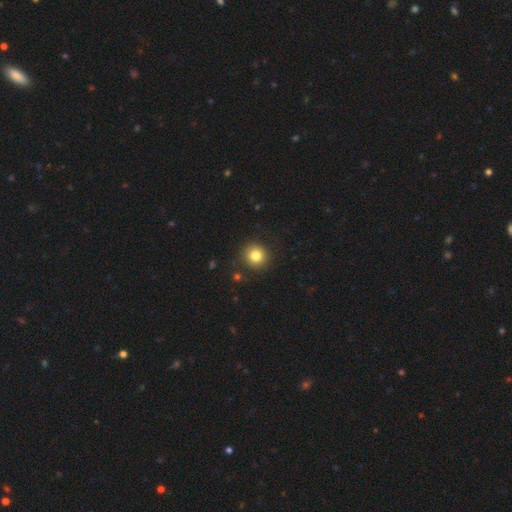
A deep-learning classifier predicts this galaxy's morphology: smooth_or_featured: smooth (p=0.82) [alt: star or artifact p=0.11]
how_rounded: round (p=0.93) [alt: in between p=0.06]
merging: none (p=0.89) [alt: minor disturbance p=0.07]